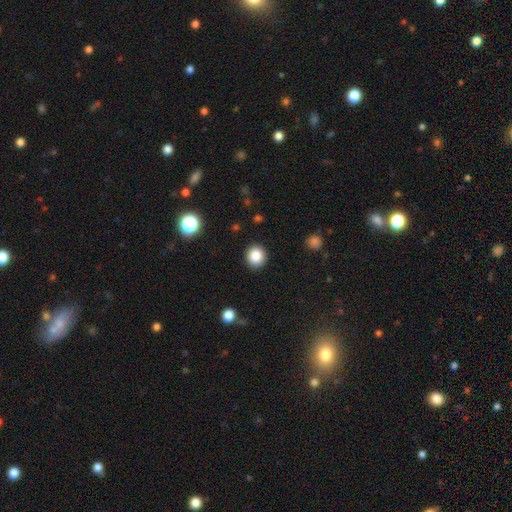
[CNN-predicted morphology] Q: Smooth or featured?
A: smooth (85%); runner-up: star or artifact (10%)
Q: How rounded?
A: round (88%); runner-up: in between (11%)
Q: Merging?
A: none (91%); runner-up: minor disturbance (6%)